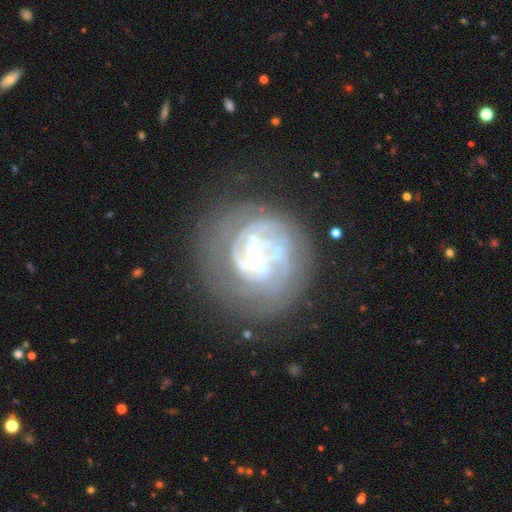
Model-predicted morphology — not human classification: smooth_or_featured: featured or disk (p=0.81) [alt: smooth p=0.11]
disk_edge_on: no (p=0.98) [alt: yes p=0.02]
bar: weak (p=0.39) [tied with: no p=0.39]
has_spiral_arms: yes (p=0.83) [alt: no p=0.17]
spiral_winding: tight (p=0.63) [alt: medium p=0.26]
spiral_arm_count: can't tell (p=0.39) [alt: 2 p=0.22]
bulge_size: small (p=0.60) [alt: none p=0.18]
merging: none (p=0.61) [alt: major disturbance p=0.17]